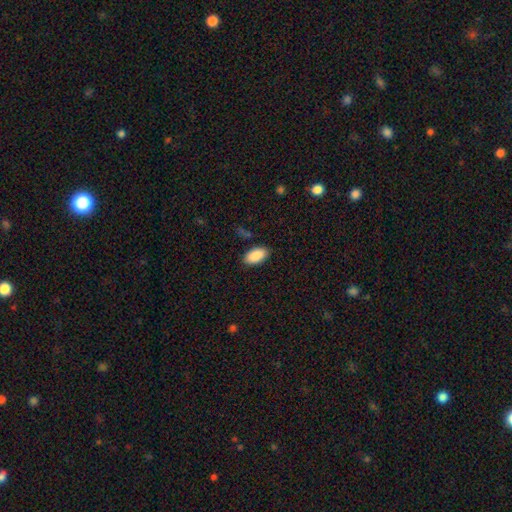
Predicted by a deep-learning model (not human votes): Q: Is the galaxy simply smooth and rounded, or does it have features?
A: smooth — 89%.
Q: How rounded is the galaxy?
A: in between — 95%.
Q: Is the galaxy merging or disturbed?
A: none — 87%.